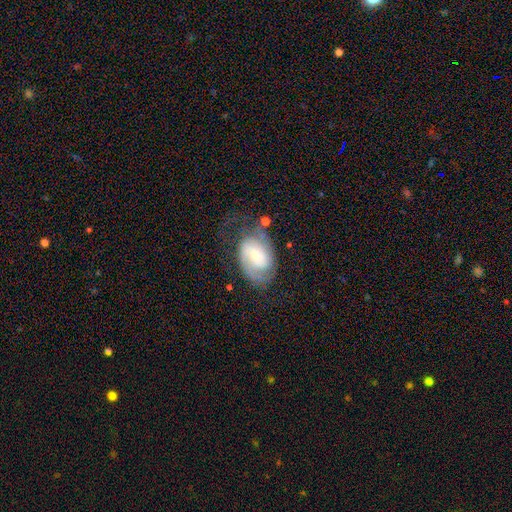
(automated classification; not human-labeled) The model was most divided on "spiral winding": medium: 41%, tight: 38%, loose: 21%. Remaining: edge-on disk — no (96%); spiral arms — yes (85%); smooth or featured — featured or disk (66%); spiral arm count — 2 (57%); bar — no (51%); bulge size — small (49%); merging — none (44%).